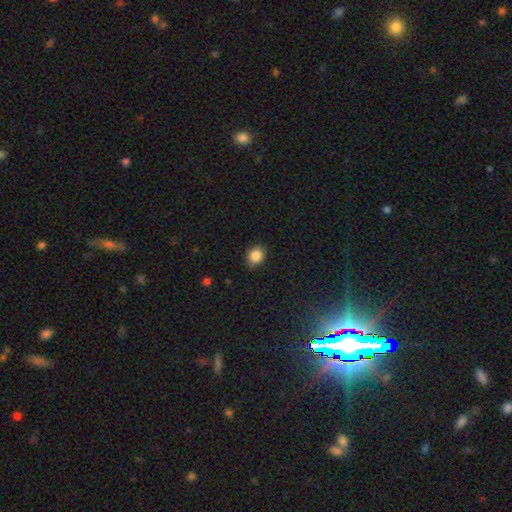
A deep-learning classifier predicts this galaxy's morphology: smooth 86%, star or artifact 9%, featured or disk 5%. Down the decision tree: how rounded — round (56%); merging — none (83%).